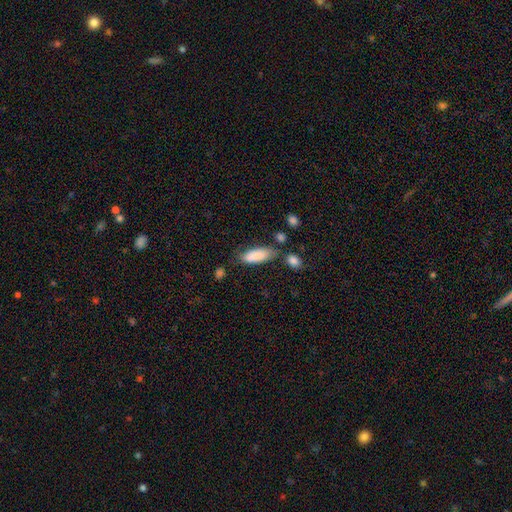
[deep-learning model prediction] Smooth or featured? Predicted: smooth (p=0.86). How rounded? Predicted: in between (p=0.66). Merging? Predicted: none (p=0.64).